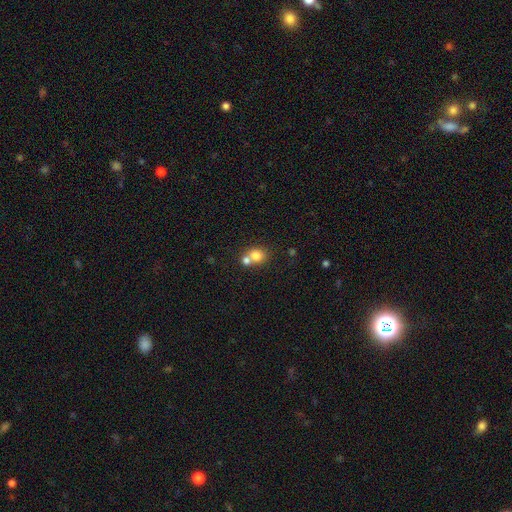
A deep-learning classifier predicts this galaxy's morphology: Smooth or featured: smooth — 78% (star or artifact — 11%)
How rounded: round — 73% (in between — 26%)
Merging: merger — 49% (none — 42%)